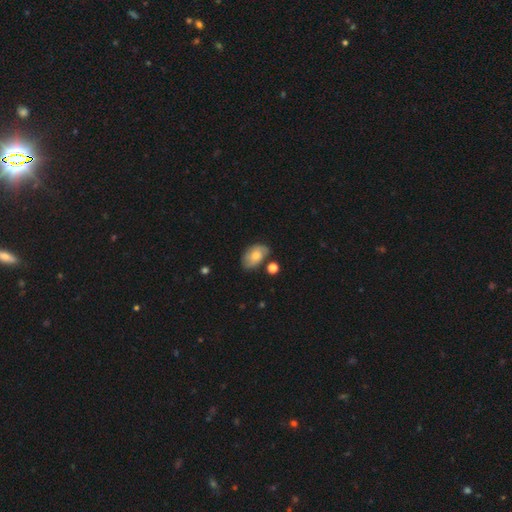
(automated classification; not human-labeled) This is likely a smooth galaxy (63%). How rounded: clearly in between (87%). Merging: likely none (65%).